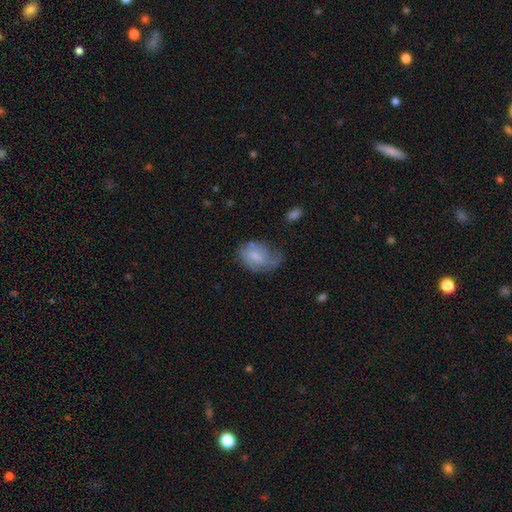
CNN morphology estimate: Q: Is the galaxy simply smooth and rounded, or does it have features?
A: smooth — 55%.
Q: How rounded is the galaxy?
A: in between — 80%.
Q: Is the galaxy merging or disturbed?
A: none — 36%, tied with minor disturbance.